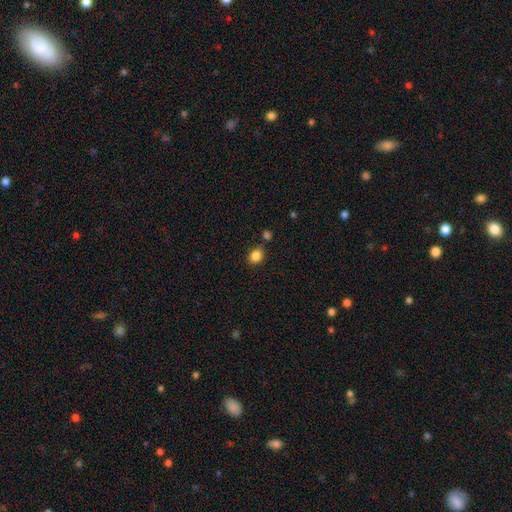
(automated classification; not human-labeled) A smooth galaxy with no disk features (85%) that is in between round and cigar-shaped (51%).

Vote fractions:
- Smooth or featured? smooth: 85% / star or artifact: 10% / featured or disk: 5%
- How rounded? in between: 51% / round: 48% / cigar-shaped: 1%
- Merging? none: 78% / minor disturbance: 10% / merger: 9% / major disturbance: 3%